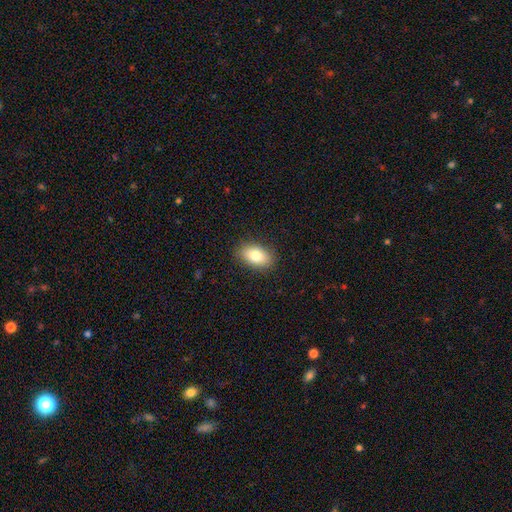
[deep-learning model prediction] A smooth galaxy with no disk features (82%) that is in between round and cigar-shaped (90%). Merging: none (87%).